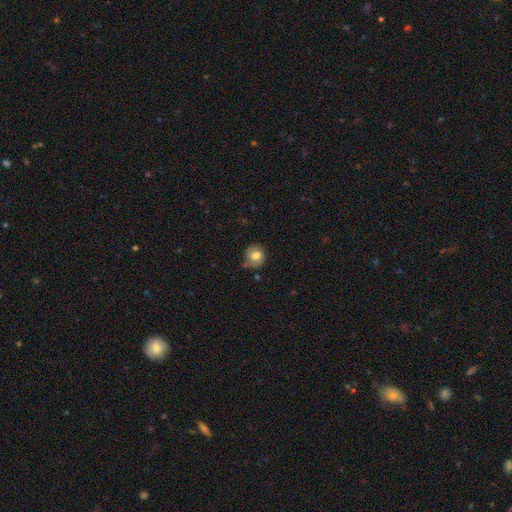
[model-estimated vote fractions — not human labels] Smooth or featured?
  - smooth: 71% *
  - featured or disk: 20%
  - star or artifact: 9%
How rounded?
  - round: 83% *
  - in between: 17%
  - cigar-shaped: 1%
Merging?
  - none: 68% *
  - minor disturbance: 23%
  - major disturbance: 5%
  - merger: 4%